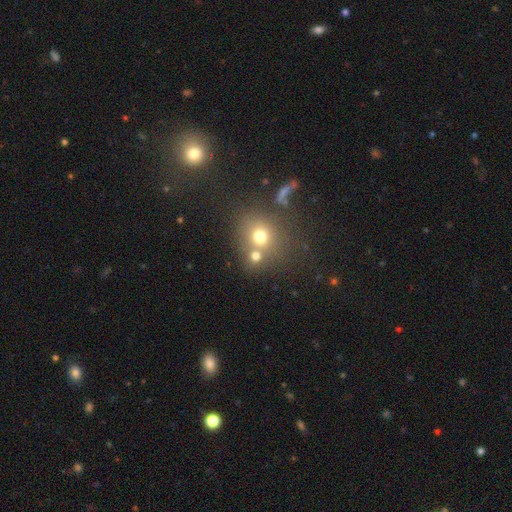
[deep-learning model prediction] A smooth galaxy with no disk features (70%) that is round (80%). Merging: none (53%).